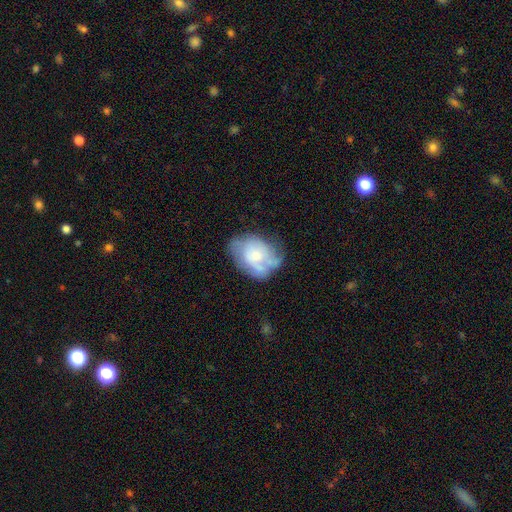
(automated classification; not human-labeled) Smooth or featured?
  - featured or disk: 53% *
  - smooth: 40%
  - star or artifact: 8%
Edge-on disk?
  - no: 97% *
  - yes: 3%
Bar?
  - no: 80% *
  - weak: 17%
  - strong: 3%
Spiral arms?
  - yes: 55% *
  - no: 45%
Bulge size?
  - moderate: 42% *
  - small: 41%
  - large: 8%
  - none: 7%
  - dominant: 2%
Merging?
  - none: 44% *
  - minor disturbance: 31%
  - major disturbance: 17%
  - merger: 8%